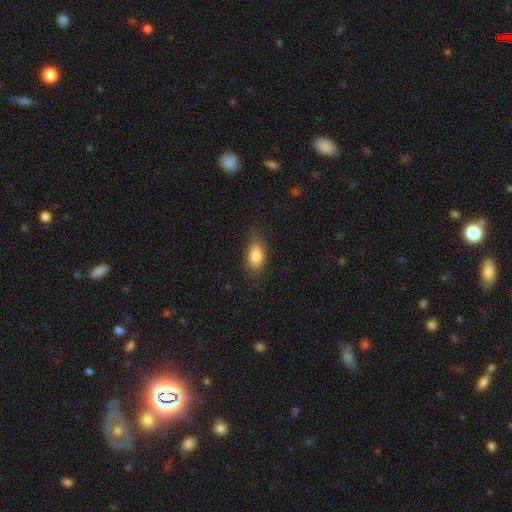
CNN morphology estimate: Smooth or featured?
  - smooth: 84% *
  - featured or disk: 9%
  - star or artifact: 8%
How rounded?
  - in between: 87% *
  - round: 7%
  - cigar-shaped: 6%
Merging?
  - none: 74% *
  - minor disturbance: 19%
  - major disturbance: 6%
  - merger: 1%